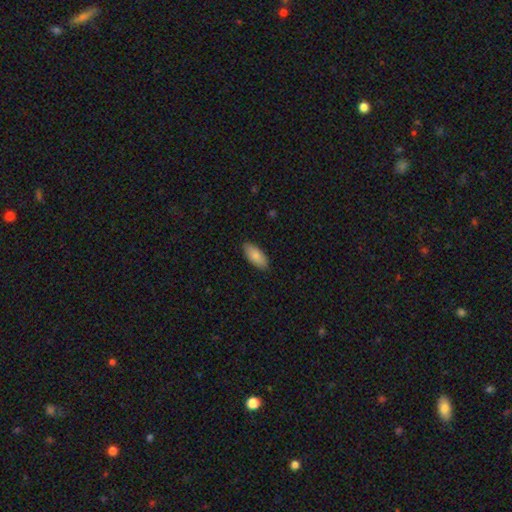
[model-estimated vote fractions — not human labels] smooth-or-featured: smooth: 83% | featured or disk: 11% | star or artifact: 6%
  how-rounded: in between: 90% | cigar-shaped: 8% | round: 2%
  merging: none: 87% | minor disturbance: 10% | major disturbance: 2% | merger: 1%